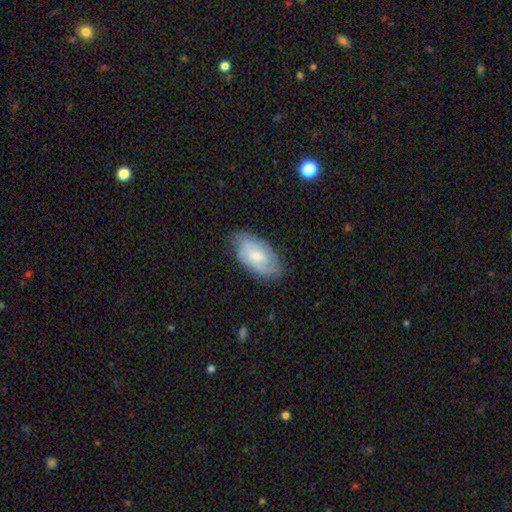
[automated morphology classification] A featured or disk galaxy (53%).

Vote fractions:
- Smooth or featured? featured or disk: 53% / smooth: 41% / star or artifact: 6%
- Edge-on disk? no: 94% / yes: 6%
- Merging? none: 73% / minor disturbance: 21% / major disturbance: 5% / merger: 1%